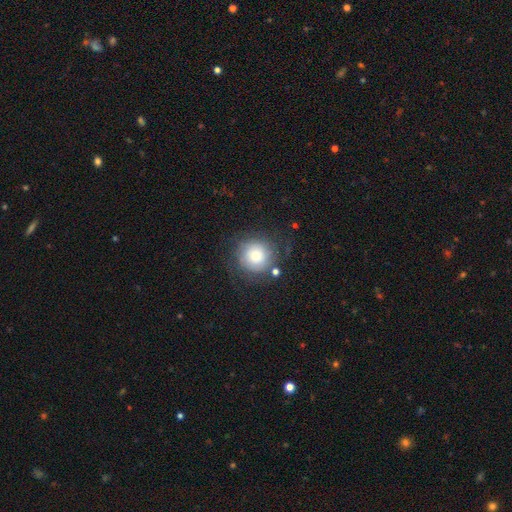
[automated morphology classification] smooth-or-featured: smooth: 67% | featured or disk: 23% | star or artifact: 9%
  how-rounded: round: 94% | in between: 5% | cigar-shaped: 1%
  merging: none: 72% | minor disturbance: 15% | major disturbance: 9% | merger: 4%